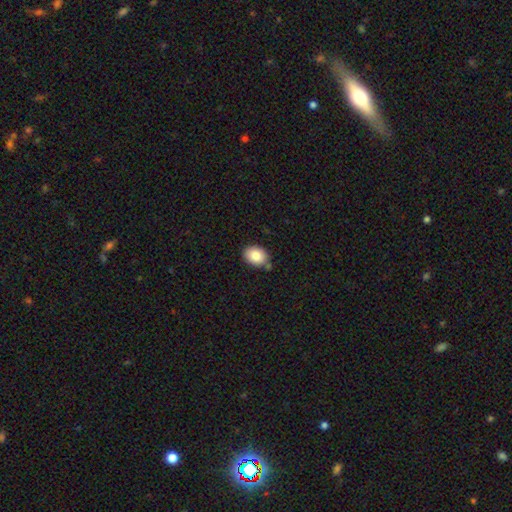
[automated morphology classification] smooth_or_featured: smooth (p=0.85) [alt: star or artifact p=0.08]
how_rounded: in between (p=0.67) [alt: round p=0.32]
merging: none (p=0.73) [alt: minor disturbance p=0.17]